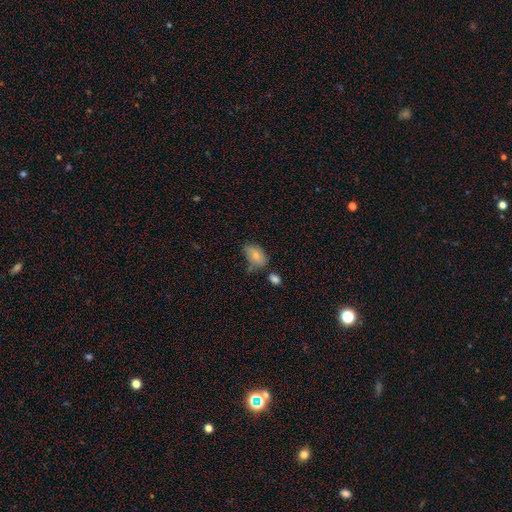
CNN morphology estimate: Smooth or featured?
  - smooth: 78% *
  - featured or disk: 14%
  - star or artifact: 8%
How rounded?
  - in between: 89% *
  - round: 9%
  - cigar-shaped: 2%
Merging?
  - none: 48% *
  - minor disturbance: 34%
  - major disturbance: 10%
  - merger: 9%